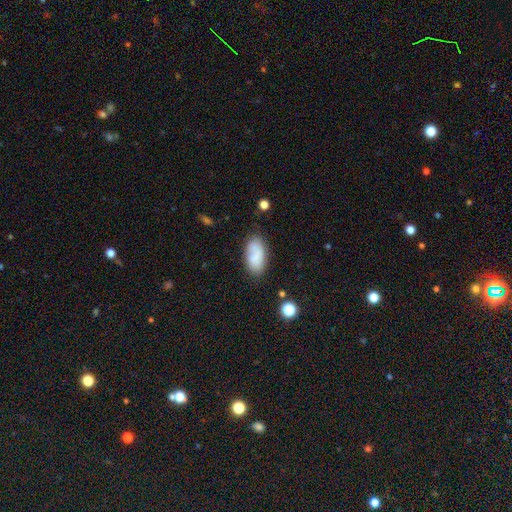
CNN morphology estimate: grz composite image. It shows a smooth galaxy with no disk features (77%) that is in between round and cigar-shaped (94%). Merging: none (76%).